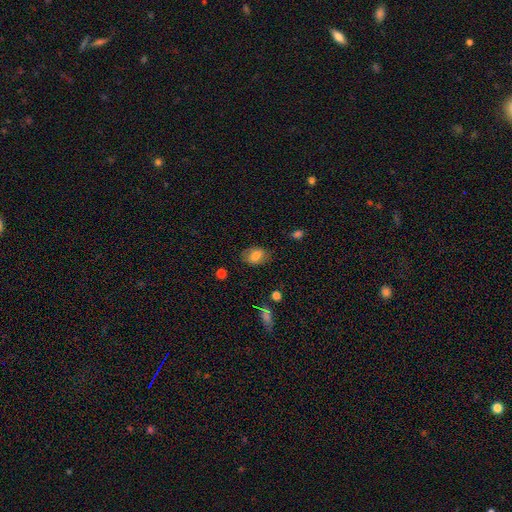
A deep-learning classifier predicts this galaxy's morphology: Q: Smooth or featured?
A: smooth (76%); runner-up: featured or disk (15%)
Q: How rounded?
A: in between (83%); runner-up: round (15%)
Q: Merging?
A: none (73%); runner-up: minor disturbance (20%)